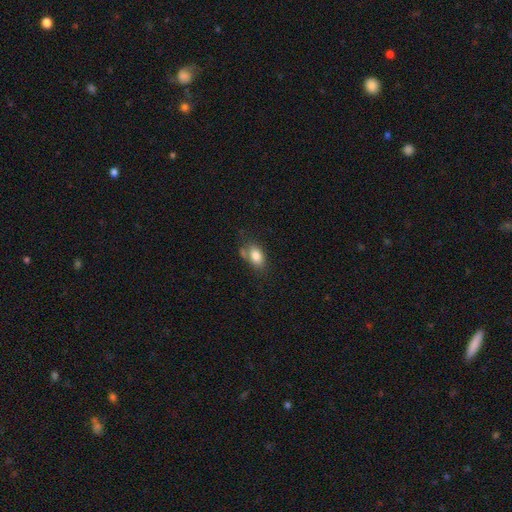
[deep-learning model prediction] Morphology: type=smooth (83%); roundness=in between (87%); merging=none (59%).